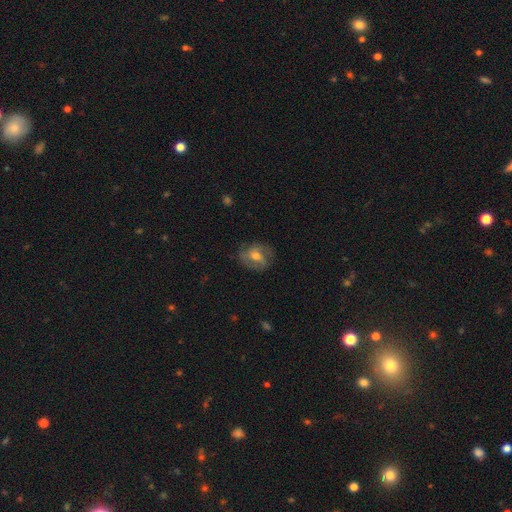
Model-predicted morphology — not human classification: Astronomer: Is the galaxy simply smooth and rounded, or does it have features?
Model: featured or disk — 51% (runner-up: smooth, 40%).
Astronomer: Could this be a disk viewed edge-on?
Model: no — 95%.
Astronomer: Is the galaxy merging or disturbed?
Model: none — 68%.